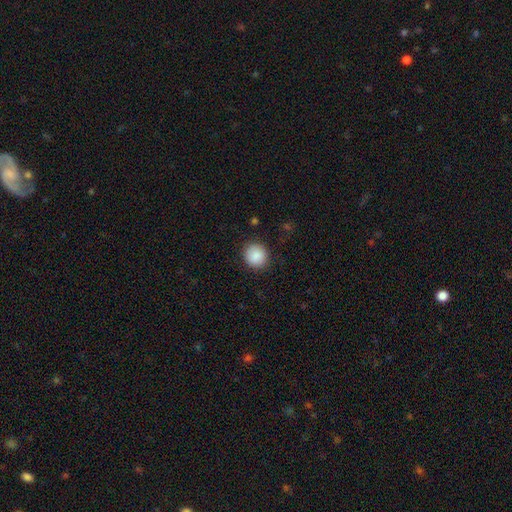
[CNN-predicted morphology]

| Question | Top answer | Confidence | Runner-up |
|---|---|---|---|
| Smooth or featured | smooth | 89% | star or artifact (8%) |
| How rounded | round | 87% | in between (12%) |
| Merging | none | 88% | minor disturbance (8%) |